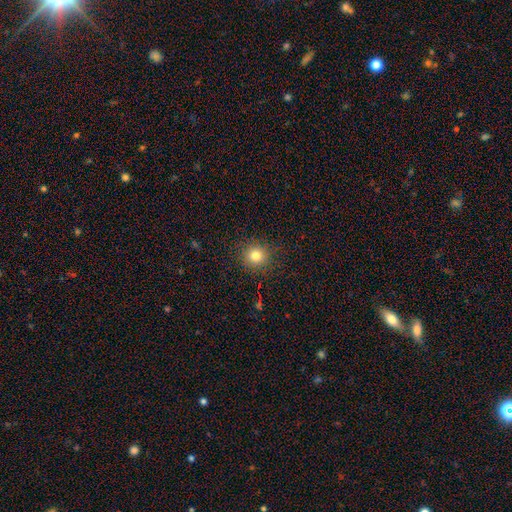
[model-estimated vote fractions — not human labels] Smooth or featured: smooth — 79% (star or artifact — 14%)
How rounded: round — 92% (in between — 7%)
Merging: none — 90% (minor disturbance — 7%)